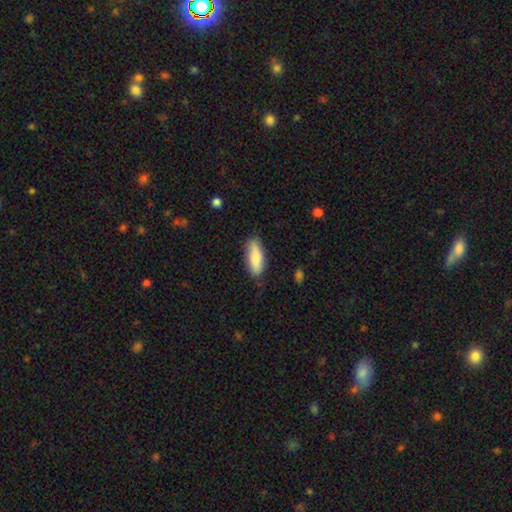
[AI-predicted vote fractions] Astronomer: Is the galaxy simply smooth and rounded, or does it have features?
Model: smooth — 81%.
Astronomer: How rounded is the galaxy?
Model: in between — 62%.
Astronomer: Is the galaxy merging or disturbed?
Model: none — 82%.